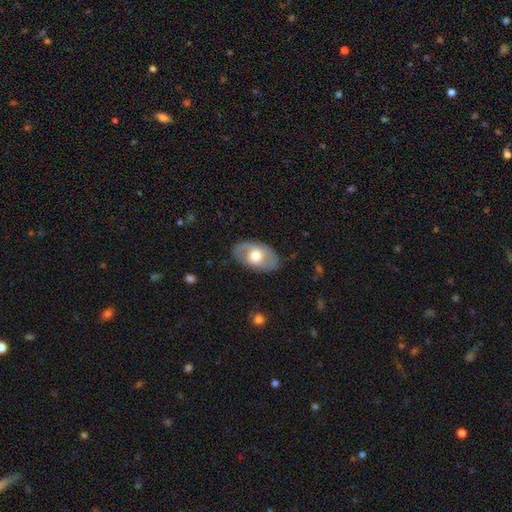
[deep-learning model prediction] The model was most divided on "smooth or featured": featured or disk: 52%, smooth: 43%, star or artifact: 5%. More confident: edge-on disk — no (89%); merging — none (82%).